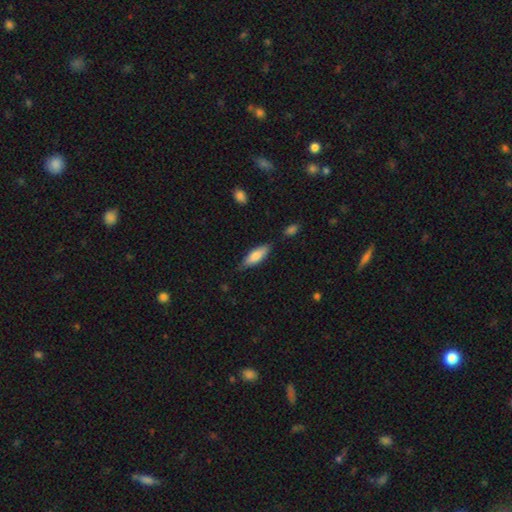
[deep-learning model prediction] A smooth galaxy with no disk features (75%) that is in between round and cigar-shaped (57%).

Vote fractions:
- Smooth or featured? smooth: 75% / featured or disk: 19% / star or artifact: 6%
- How rounded? in between: 57% / cigar-shaped: 41% / round: 2%
- Merging? none: 78% / minor disturbance: 16% / major disturbance: 3% / merger: 3%